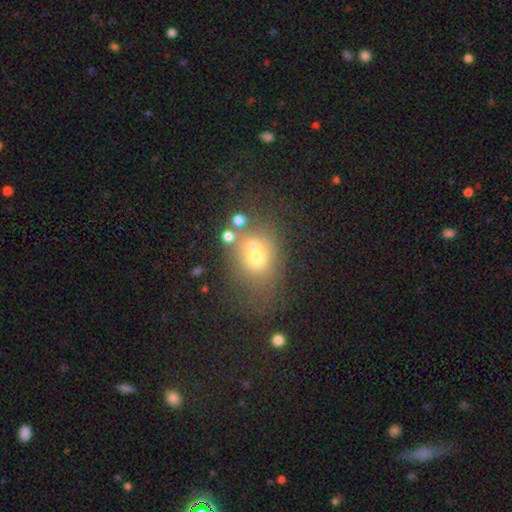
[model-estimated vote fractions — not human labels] smooth-or-featured: smooth: 58% | featured or disk: 25% | star or artifact: 17%
  how-rounded: in between: 50% | round: 49% | cigar-shaped: 1%
  merging: none: 41% | merger: 33% | minor disturbance: 15% | major disturbance: 11%